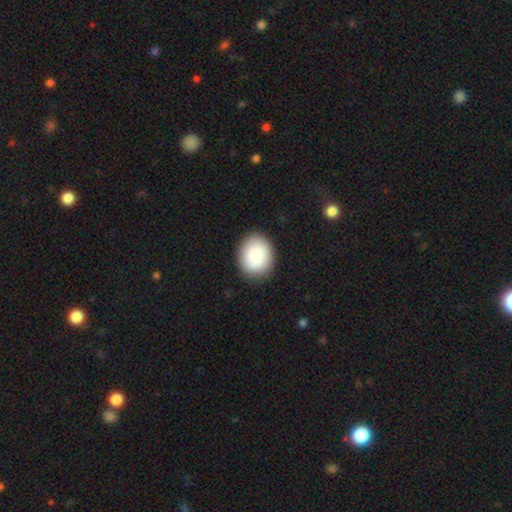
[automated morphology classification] A smooth galaxy with no disk features (86%) that is round (57%).

Vote fractions:
- Smooth or featured? smooth: 86% / featured or disk: 8% / star or artifact: 7%
- How rounded? round: 57% / in between: 42% / cigar-shaped: 1%
- Merging? none: 87% / minor disturbance: 9% / major disturbance: 2% / merger: 1%